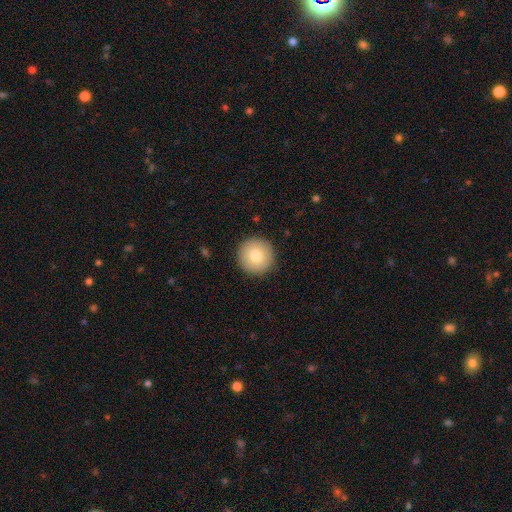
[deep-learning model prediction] smooth 82%, featured or disk 11%, star or artifact 8%. Down the decision tree: how rounded — round (96%); merging — none (92%).